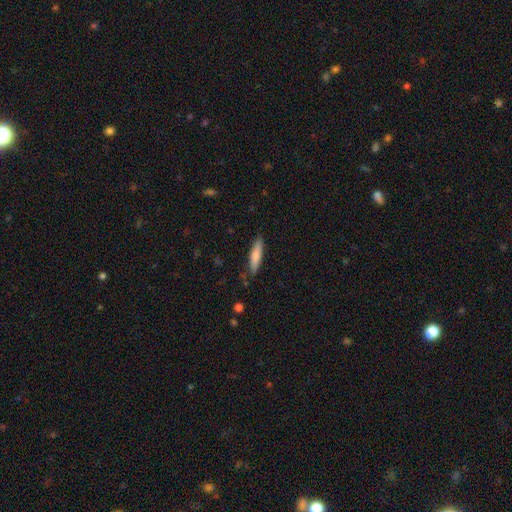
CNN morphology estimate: A smooth galaxy with no disk features (77%) that is cigar-shaped (78%).

Vote fractions:
- Smooth or featured? smooth: 77% / featured or disk: 17% / star or artifact: 6%
- How rounded? cigar-shaped: 78% / in between: 20% / round: 1%
- Merging? none: 83% / minor disturbance: 13% / major disturbance: 2% / merger: 2%